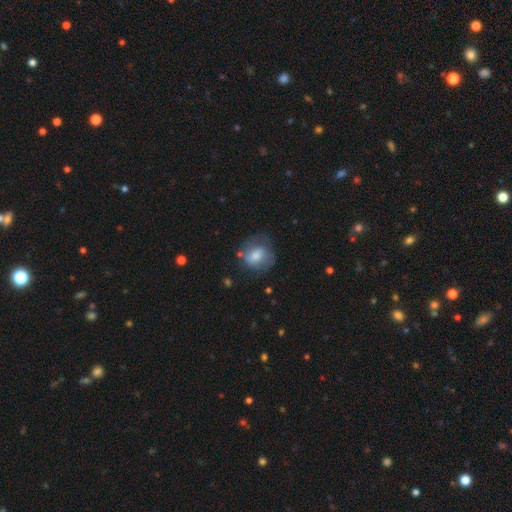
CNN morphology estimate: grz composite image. It shows a smooth galaxy with no disk features (63%) that is round (62%). Merging: none (53%).